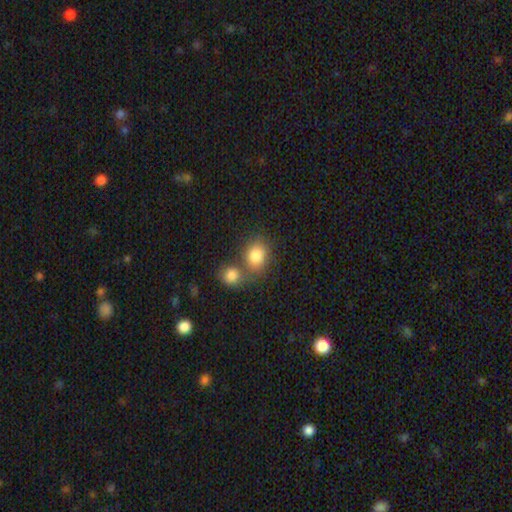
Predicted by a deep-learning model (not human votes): Smooth or featured?
  - smooth: 83% *
  - star or artifact: 9%
  - featured or disk: 8%
How rounded?
  - round: 56% *
  - in between: 43%
  - cigar-shaped: 1%
Merging?
  - merger: 44% *
  - none: 42%
  - minor disturbance: 10%
  - major disturbance: 4%